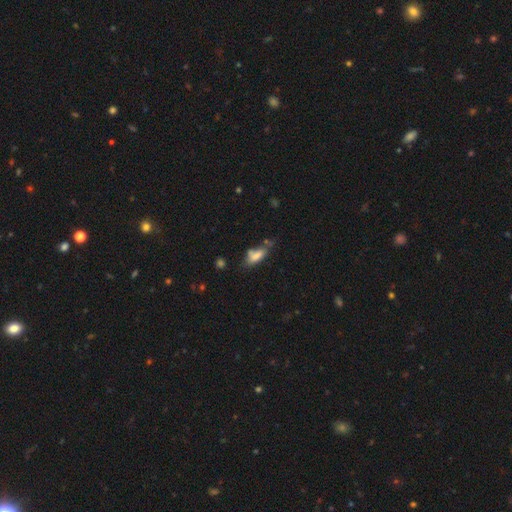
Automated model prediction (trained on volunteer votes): A smooth galaxy with no disk features (71%) that is in between round and cigar-shaped (71%). Merging: none (42%).